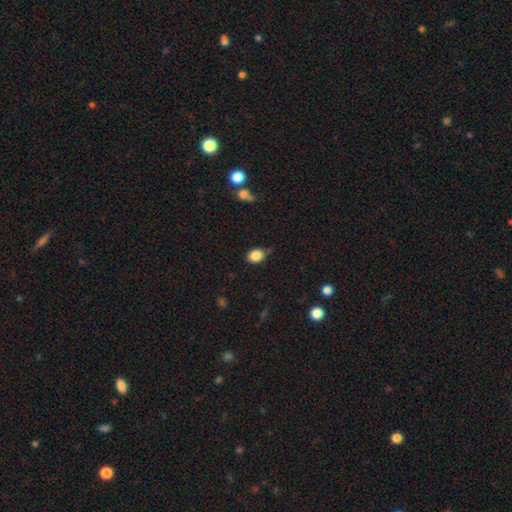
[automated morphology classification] A smooth galaxy with no disk features (86%) that is in between round and cigar-shaped (59%). Merging: none (73%).